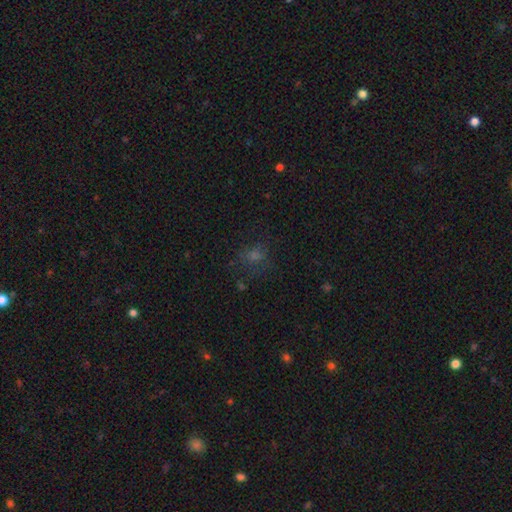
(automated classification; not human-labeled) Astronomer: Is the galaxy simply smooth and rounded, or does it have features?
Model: star or artifact — 42%, tied with smooth at 42%.